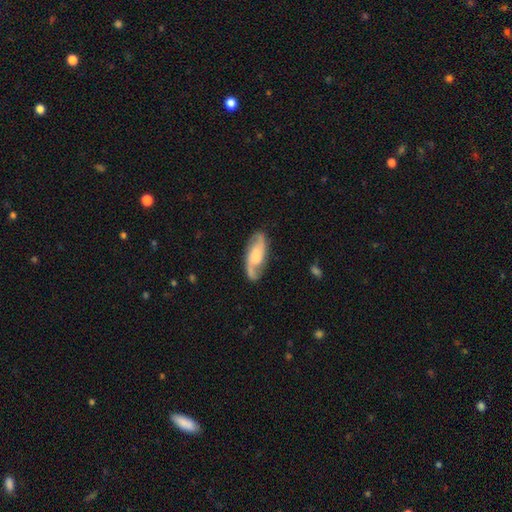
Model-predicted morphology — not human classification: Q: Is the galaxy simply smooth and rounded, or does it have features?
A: featured or disk — 77%.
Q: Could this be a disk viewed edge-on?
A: no — 92%.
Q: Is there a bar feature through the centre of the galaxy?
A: no — 47%.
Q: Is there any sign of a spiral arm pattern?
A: yes — 95%.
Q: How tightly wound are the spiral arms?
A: medium — 48%.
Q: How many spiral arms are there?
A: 2 — 90%.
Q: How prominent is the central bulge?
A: moderate — 28%.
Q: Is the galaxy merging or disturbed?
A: none — 79%.